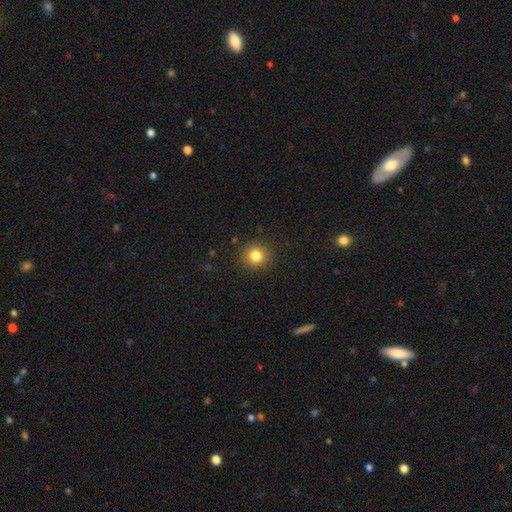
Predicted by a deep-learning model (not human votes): This appears to be a smooth galaxy with no disk features (82%) that is round (90%). Merging: none (90%).